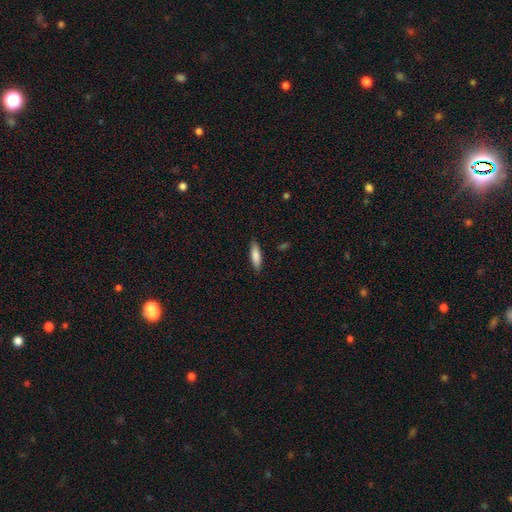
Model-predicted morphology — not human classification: Overall: smooth (83%). How rounded: cigar-shaped (61%; in between 38%). Merging: none (86%).